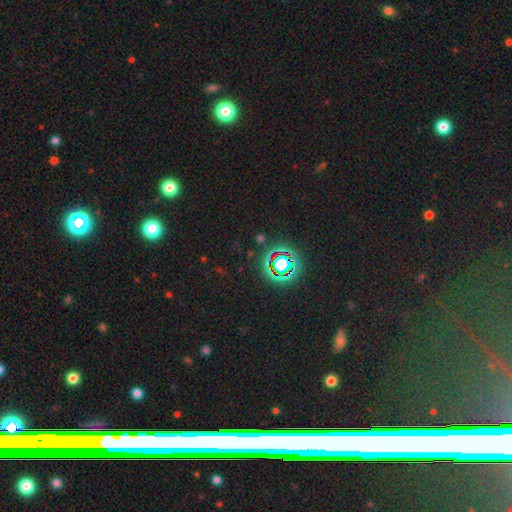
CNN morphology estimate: Overall: star or artifact (76%).